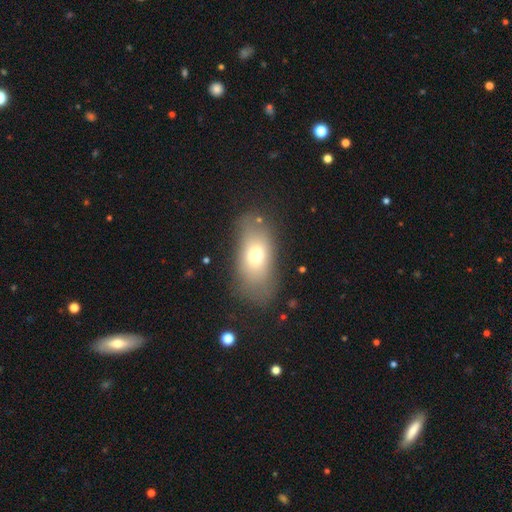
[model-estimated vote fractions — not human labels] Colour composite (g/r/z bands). It shows a smooth galaxy with no disk features (68%) that is in between round and cigar-shaped (85%). Merging: none (70%).